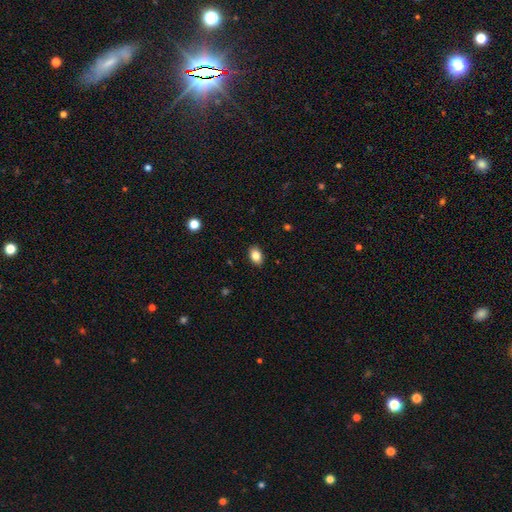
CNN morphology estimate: This is clearly a smooth galaxy (85%). How rounded: clearly in between (83%). Merging: clearly none (88%).